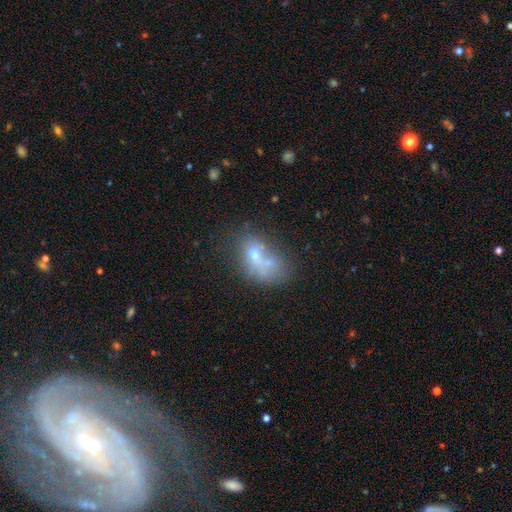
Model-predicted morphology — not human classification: This is possibly a smooth galaxy (54%). How rounded: likely in between (70%). Merging: marginally merger (45%).